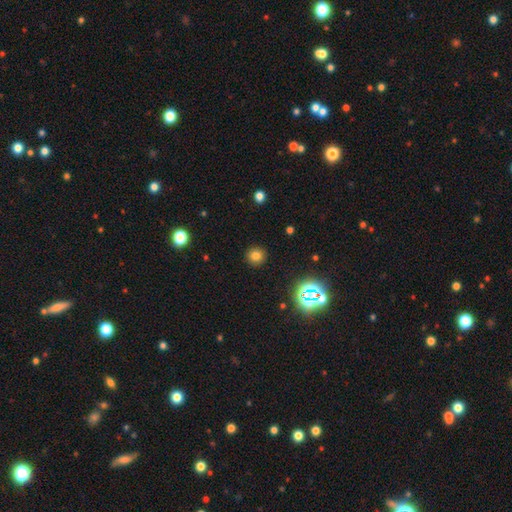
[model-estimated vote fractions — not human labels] smooth-or-featured: smooth: 76% | star or artifact: 17% | featured or disk: 7%
  how-rounded: round: 93% | in between: 6% | cigar-shaped: 1%
  merging: none: 91% | minor disturbance: 6% | major disturbance: 2% | merger: 1%